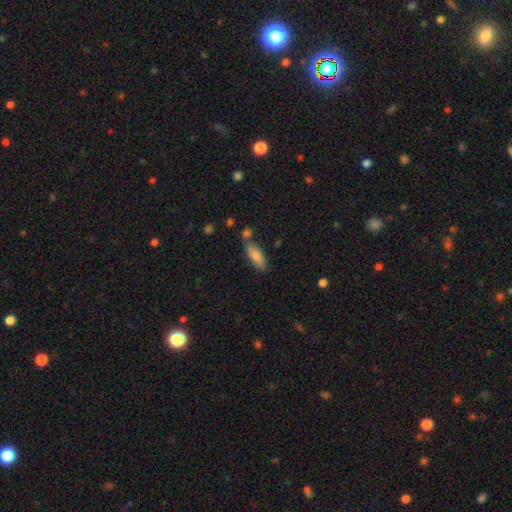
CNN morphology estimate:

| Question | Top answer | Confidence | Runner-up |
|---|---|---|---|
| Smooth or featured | smooth | 79% | featured or disk (14%) |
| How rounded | in between | 63% | cigar-shaped (35%) |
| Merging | none | 62% | minor disturbance (19%) |